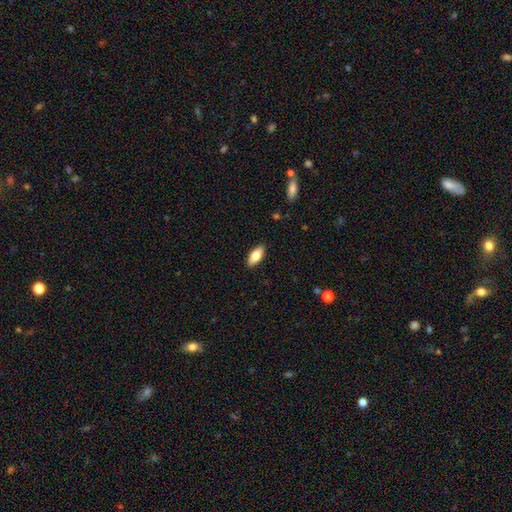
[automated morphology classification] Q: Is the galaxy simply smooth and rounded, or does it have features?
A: smooth — 78%.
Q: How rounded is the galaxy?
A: in between — 83%.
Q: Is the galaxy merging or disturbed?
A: none — 90%.